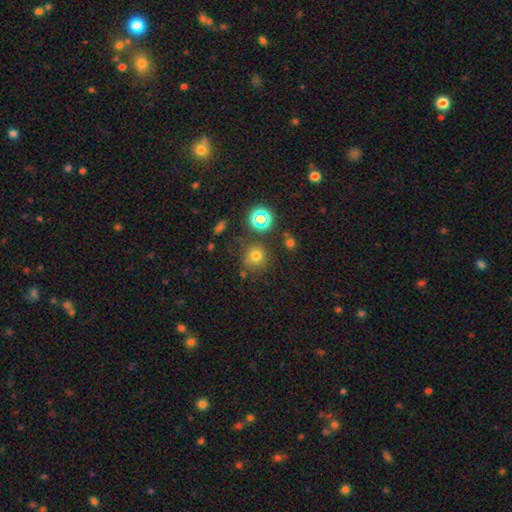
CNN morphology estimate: Smooth or featured? Predicted: smooth (p=0.69). How rounded? Predicted: round (p=0.89). Merging? Predicted: none (p=0.73).